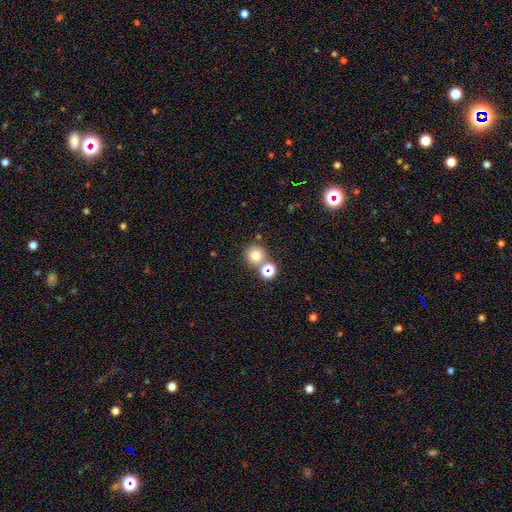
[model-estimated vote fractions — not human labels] Smooth or featured? smooth (75%)
How rounded? round (91%)
Merging? none (68%)